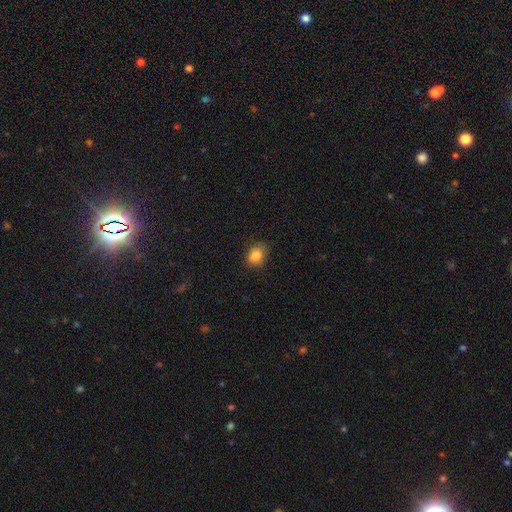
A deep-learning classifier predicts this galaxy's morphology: smooth-or-featured: smooth: 85% | star or artifact: 10% | featured or disk: 5%
  how-rounded: in between: 53% | round: 46% | cigar-shaped: 1%
  merging: none: 80% | minor disturbance: 16% | major disturbance: 3% | merger: 1%